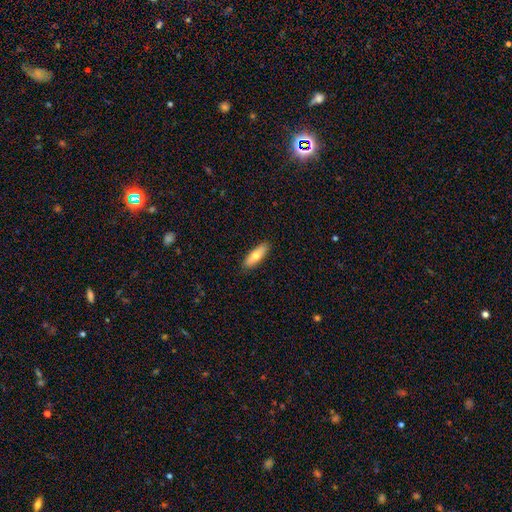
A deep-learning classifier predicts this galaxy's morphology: smooth 74%, featured or disk 20%, star or artifact 6%. Down the decision tree: how rounded — in between (58%); merging — none (89%).